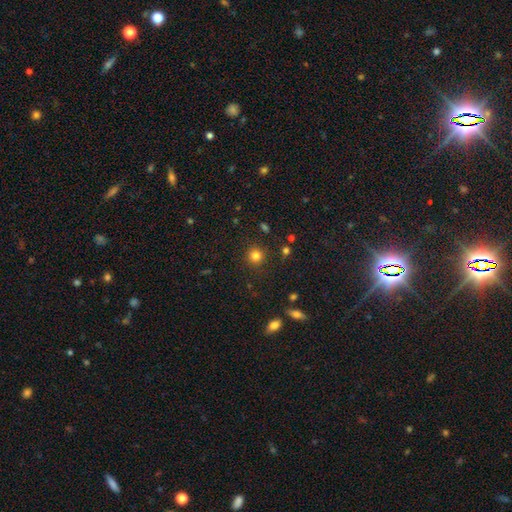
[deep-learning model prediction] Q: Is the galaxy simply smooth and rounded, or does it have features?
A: smooth — 81%.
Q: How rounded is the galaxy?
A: round — 93%.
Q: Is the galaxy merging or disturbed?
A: none — 89%.